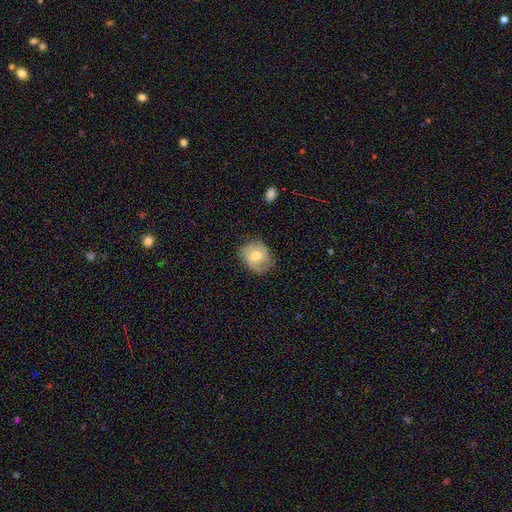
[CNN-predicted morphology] The model was most divided on "how rounded": round: 61%, in between: 38%, cigar-shaped: 1%. More confident: merging — none (61%); smooth or featured — smooth (58%).